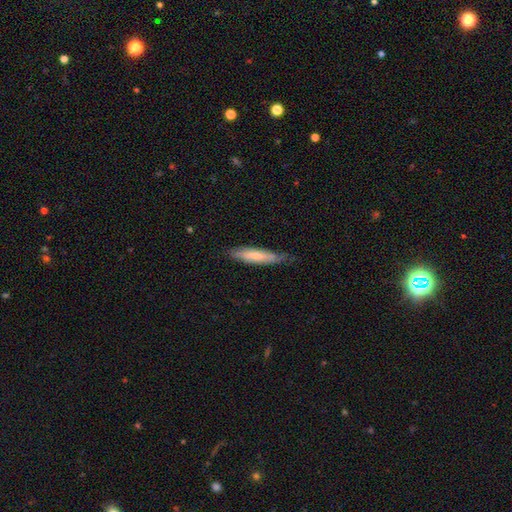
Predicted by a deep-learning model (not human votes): smooth-or-featured: smooth: 62% | featured or disk: 32% | star or artifact: 6%
  how-rounded: cigar-shaped: 82% | in between: 17% | round: 1%
  merging: none: 67% | minor disturbance: 26% | major disturbance: 5% | merger: 1%